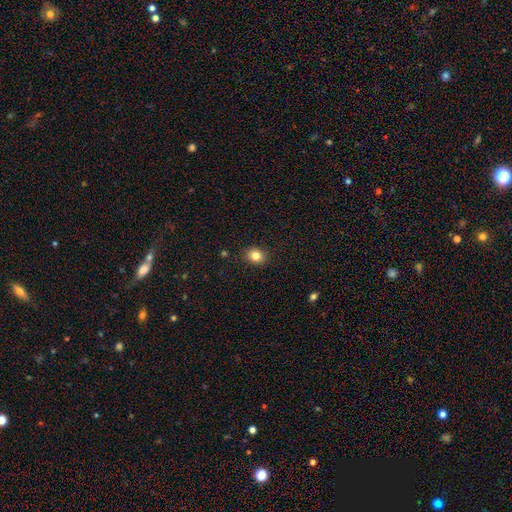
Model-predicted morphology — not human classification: Smooth or featured?
  - smooth: 82% *
  - star or artifact: 11%
  - featured or disk: 7%
How rounded?
  - round: 63% *
  - in between: 36%
  - cigar-shaped: 1%
Merging?
  - none: 89% *
  - minor disturbance: 8%
  - major disturbance: 2%
  - merger: 1%